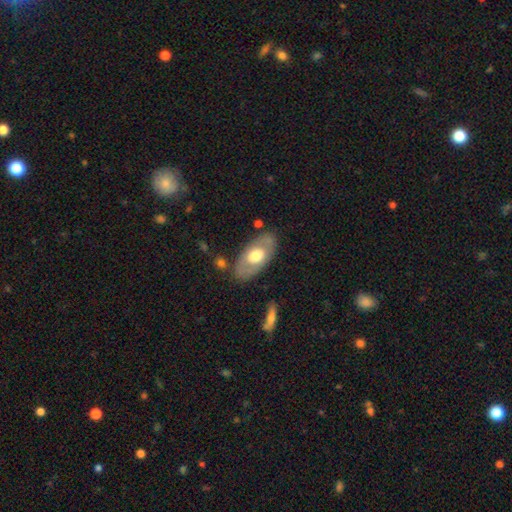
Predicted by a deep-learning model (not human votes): Smooth or featured? Predicted: smooth (p=0.49). Merging? Predicted: none (p=0.79).